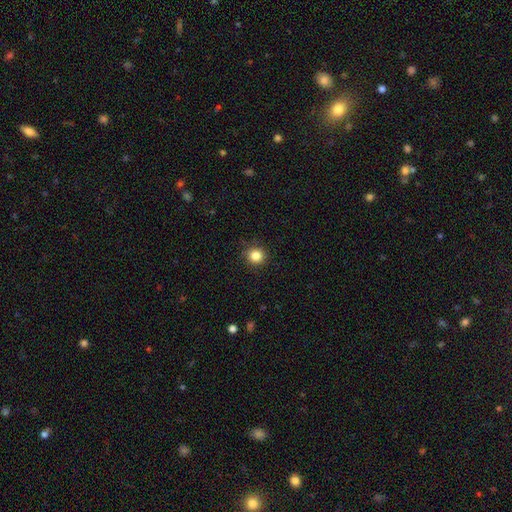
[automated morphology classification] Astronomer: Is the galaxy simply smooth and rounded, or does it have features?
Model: smooth — 85%.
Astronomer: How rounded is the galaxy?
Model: round — 91%.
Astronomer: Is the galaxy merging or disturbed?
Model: none — 89%.